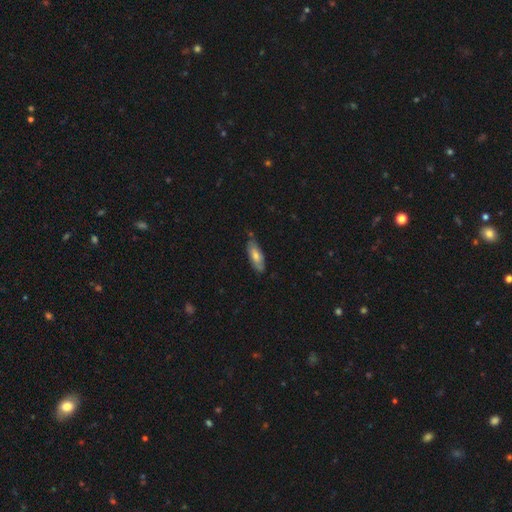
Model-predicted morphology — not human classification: Overall: smooth (58%; featured or disk 35%). How rounded: in between (68%; cigar-shaped 30%). Merging: none (72%).